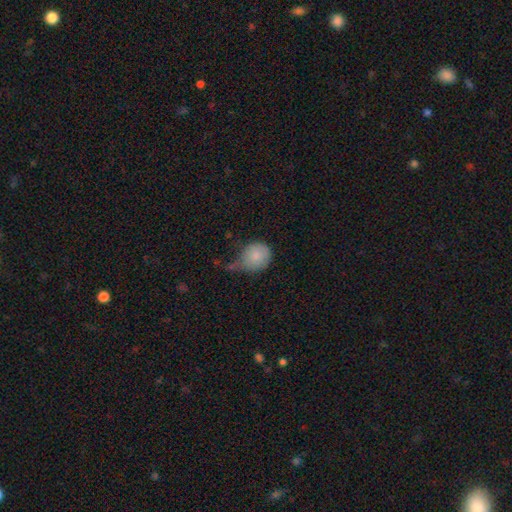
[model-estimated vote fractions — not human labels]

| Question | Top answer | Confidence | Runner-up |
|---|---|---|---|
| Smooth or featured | smooth | 83% | featured or disk (10%) |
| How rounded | round | 75% | in between (24%) |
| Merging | minor disturbance | 39% | none (29%) |